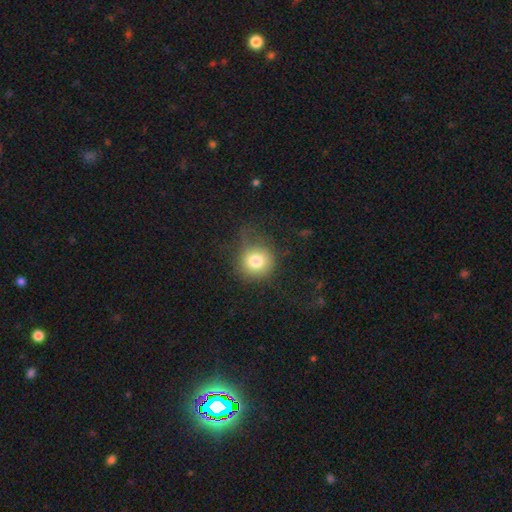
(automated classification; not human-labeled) Overall: smooth (53%; star or artifact 39%). How rounded: round (90%). Merging: none (85%).